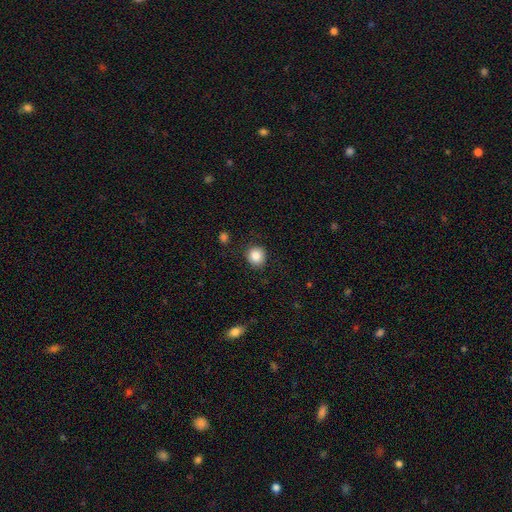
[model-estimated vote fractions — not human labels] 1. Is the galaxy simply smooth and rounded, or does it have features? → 86% smooth, 9% star or artifact, 4% featured or disk.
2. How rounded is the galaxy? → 86% round, 13% in between, 1% cigar-shaped.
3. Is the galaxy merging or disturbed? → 87% none, 9% minor disturbance, 3% major disturbance, 1% merger.